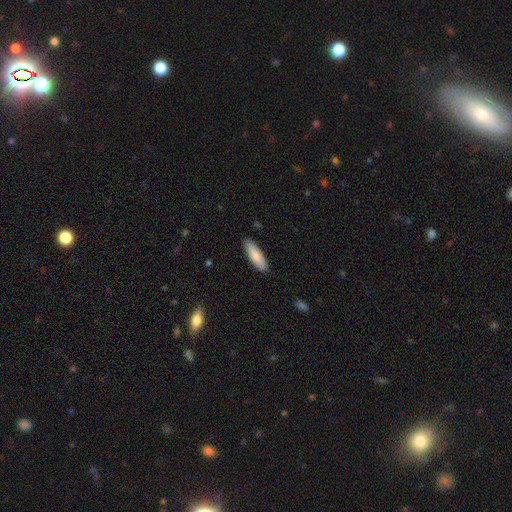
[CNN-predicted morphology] The model was most divided on "how rounded": in between: 50%, cigar-shaped: 49%, round: 1%. More confident: merging — none (88%); smooth or featured — smooth (85%).